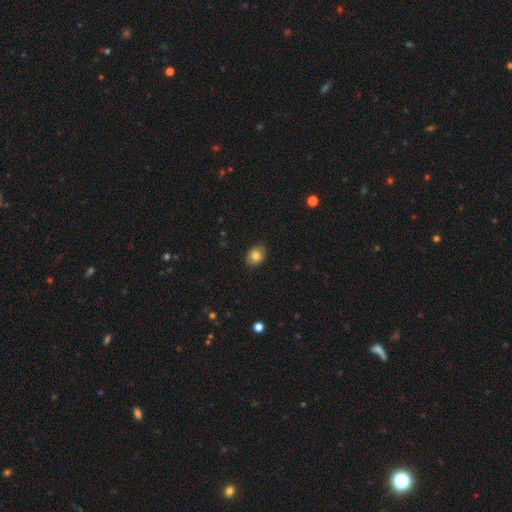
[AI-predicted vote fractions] smooth 80%, featured or disk 11%, star or artifact 9%. Down the decision tree: how rounded — in between (60%); merging — none (85%).